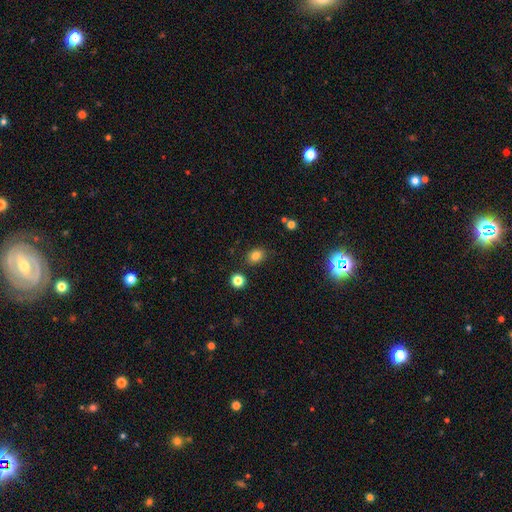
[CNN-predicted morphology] smooth 81%, star or artifact 12%, featured or disk 6%. Down the decision tree: how rounded — in between (55%); merging — none (82%).